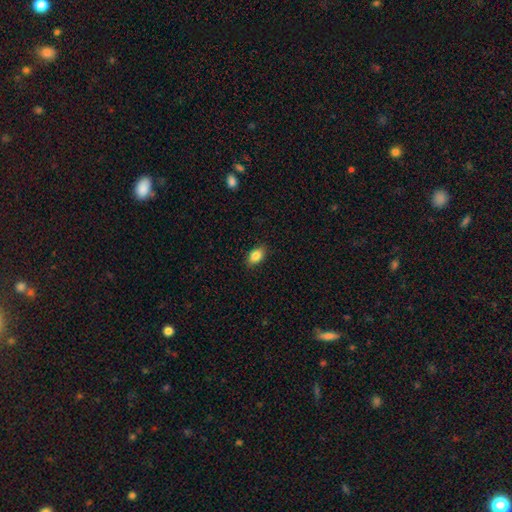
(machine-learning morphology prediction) smooth-or-featured: smooth: 86% | star or artifact: 8% | featured or disk: 6%
  how-rounded: in between: 85% | round: 12% | cigar-shaped: 2%
  merging: none: 87% | minor disturbance: 10% | major disturbance: 2% | merger: 1%